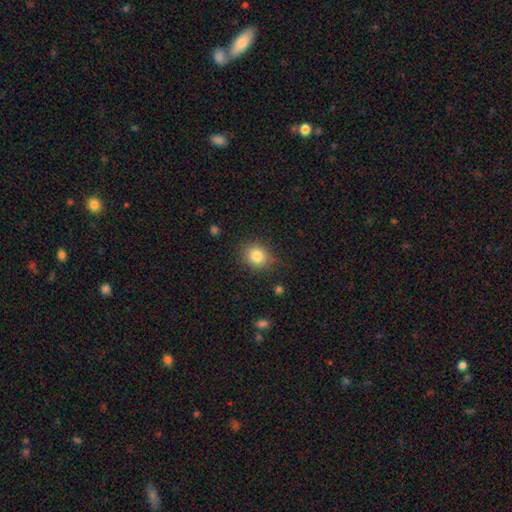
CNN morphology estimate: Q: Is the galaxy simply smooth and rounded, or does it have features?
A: smooth — 83%.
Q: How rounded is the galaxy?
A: round — 78%.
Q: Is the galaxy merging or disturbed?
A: none — 83%.